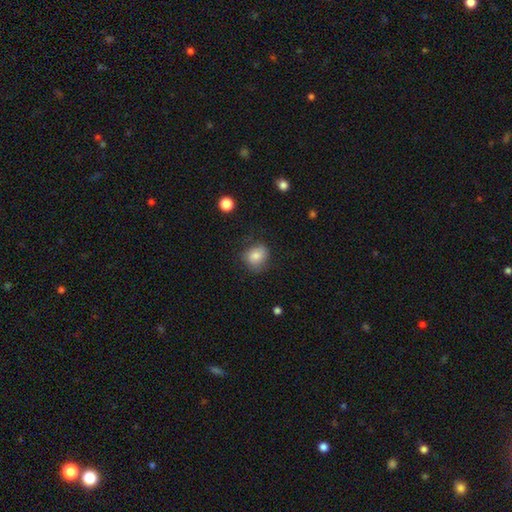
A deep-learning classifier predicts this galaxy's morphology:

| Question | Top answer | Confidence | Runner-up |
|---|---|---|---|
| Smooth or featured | smooth | 81% | featured or disk (10%) |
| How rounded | round | 60% | in between (39%) |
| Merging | none | 69% | minor disturbance (22%) |